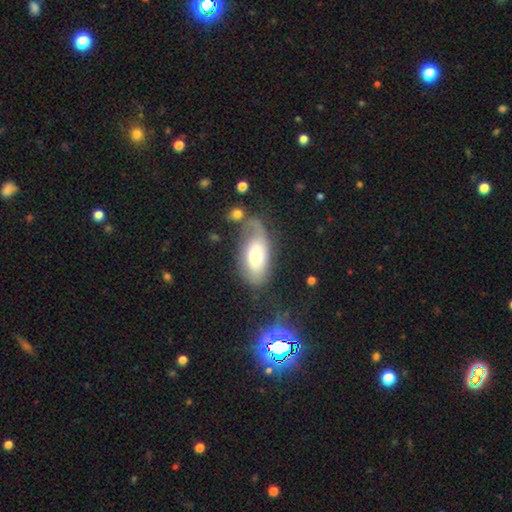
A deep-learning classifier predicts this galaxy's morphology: A smooth galaxy with no disk features (59%) that is in between round and cigar-shaped (91%). Merging: none (45%).